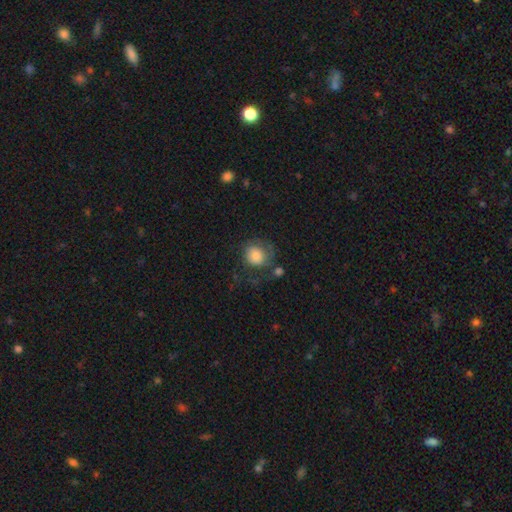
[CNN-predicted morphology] Smooth or featured?
  - smooth: 73% *
  - featured or disk: 19%
  - star or artifact: 8%
How rounded?
  - round: 79% *
  - in between: 20%
  - cigar-shaped: 1%
Merging?
  - none: 48% *
  - major disturbance: 25%
  - minor disturbance: 22%
  - merger: 5%